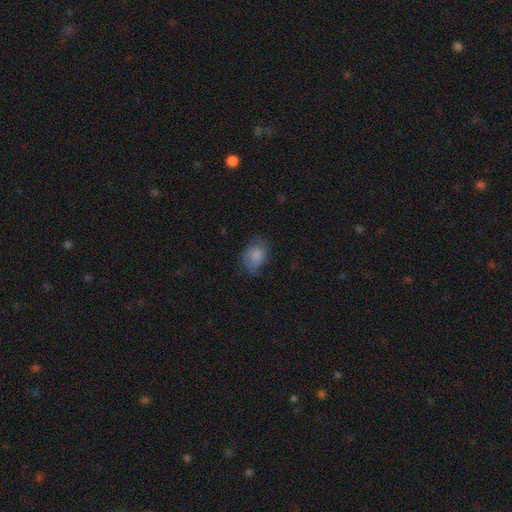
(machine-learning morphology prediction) A smooth galaxy with no disk features (79%) that is in between round and cigar-shaped (75%). Merging: none (53%).